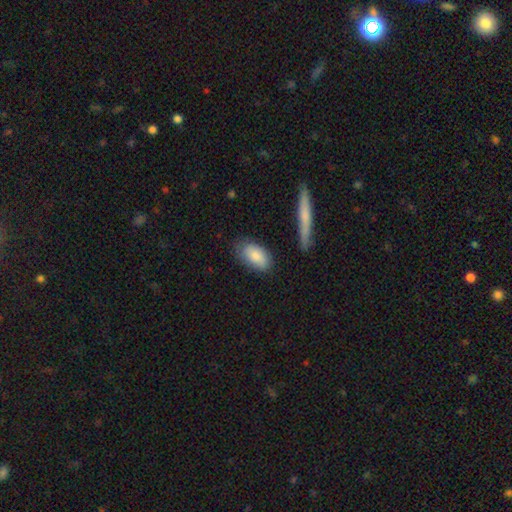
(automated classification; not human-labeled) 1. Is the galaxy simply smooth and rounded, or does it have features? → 83% smooth, 11% featured or disk, 6% star or artifact.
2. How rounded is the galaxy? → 91% in between, 5% cigar-shaped, 4% round.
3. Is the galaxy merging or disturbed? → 70% none, 21% minor disturbance, 5% major disturbance, 4% merger.